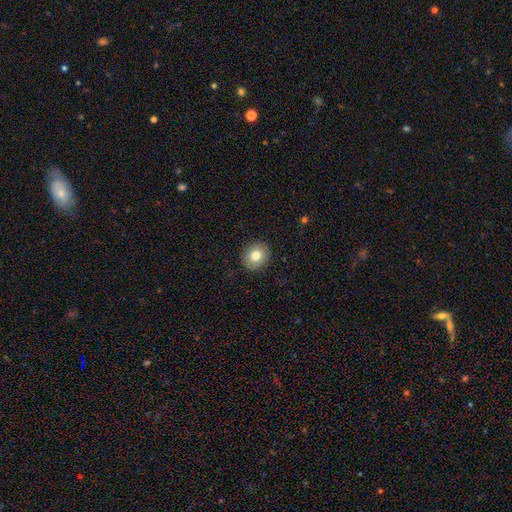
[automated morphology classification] type=smooth (80%); roundness=round (72%); merging=none (90%).